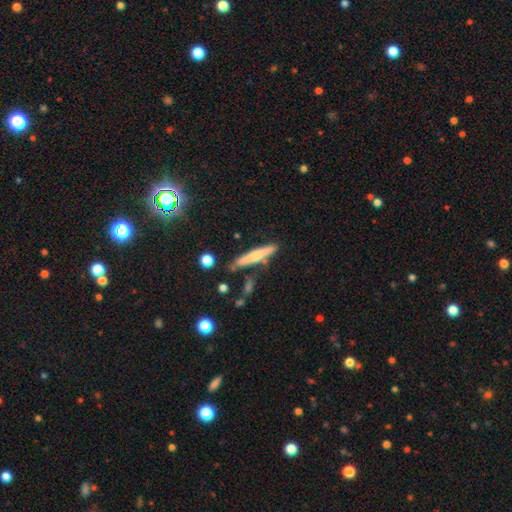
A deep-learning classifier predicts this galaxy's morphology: Smooth or featured? smooth (58%)
How rounded? cigar-shaped (91%)
Merging? none (77%)